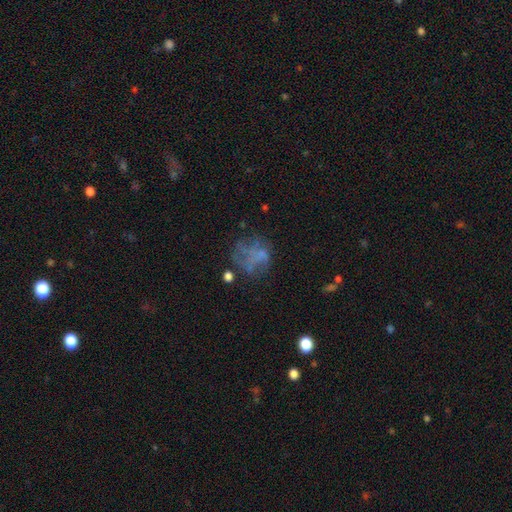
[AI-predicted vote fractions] Smooth or featured? Predicted: featured or disk (p=0.48). Merging? Predicted: none (p=0.45).